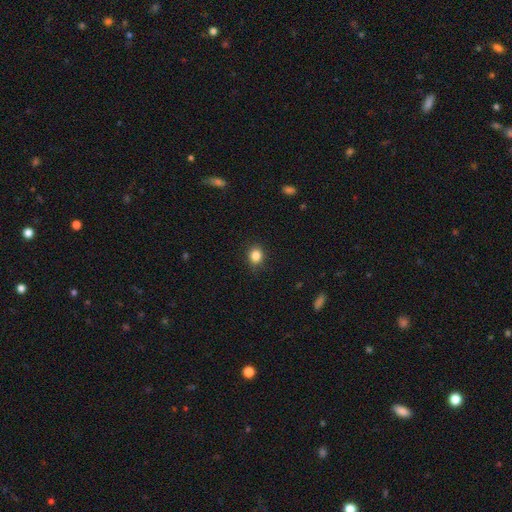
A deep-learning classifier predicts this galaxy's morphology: Smooth or featured? Predicted: smooth (p=0.85). How rounded? Predicted: round (p=0.72). Merging? Predicted: none (p=0.86).